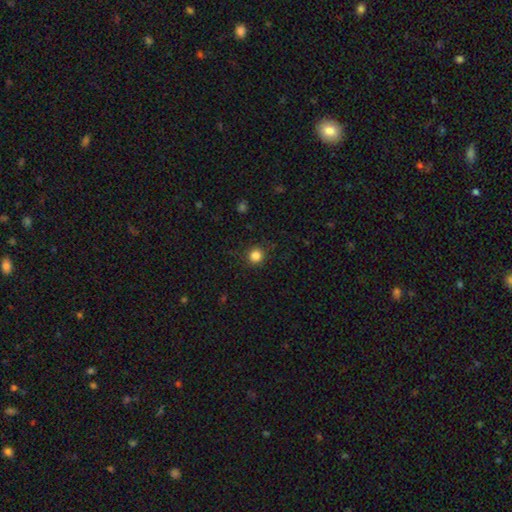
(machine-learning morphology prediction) Overall: smooth (84%). How rounded: round (93%). Merging: none (90%).